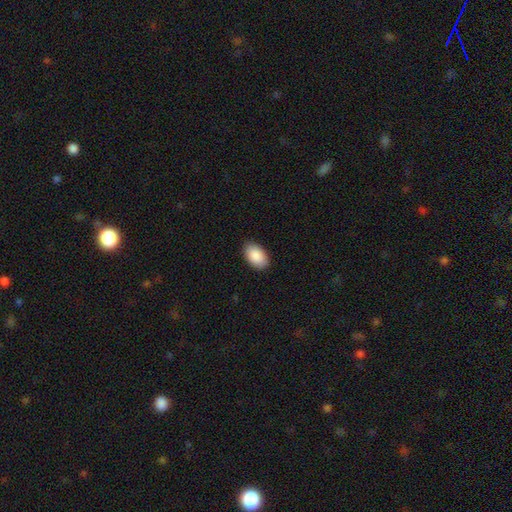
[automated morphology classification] type=smooth (90%); roundness=in between (94%); merging=none (88%).